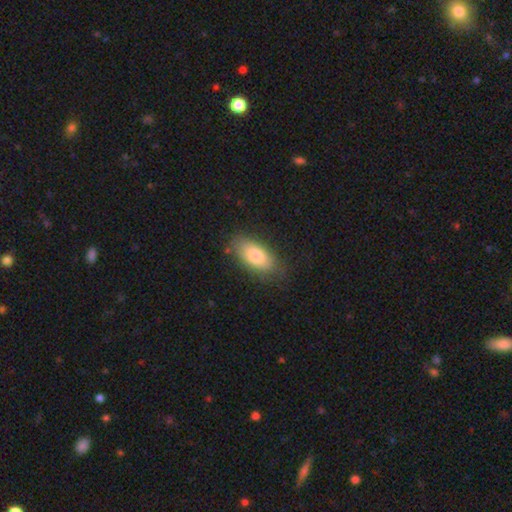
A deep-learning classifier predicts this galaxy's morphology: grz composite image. It shows a smooth galaxy with no disk features (79%) that is in between round and cigar-shaped (89%). Merging: none (77%).